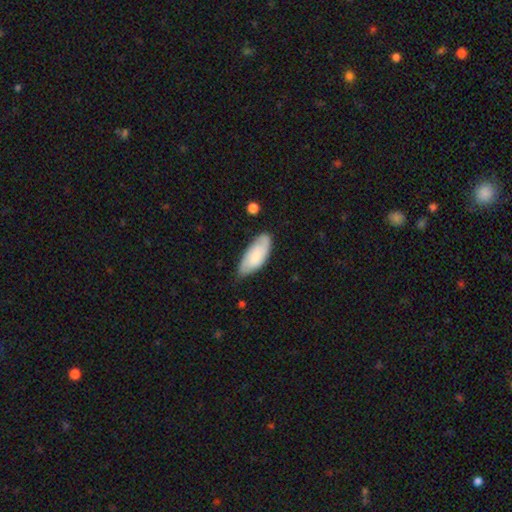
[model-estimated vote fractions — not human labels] This is likely a smooth galaxy (62%). How rounded: clearly in between (86%). Merging: likely none (67%).